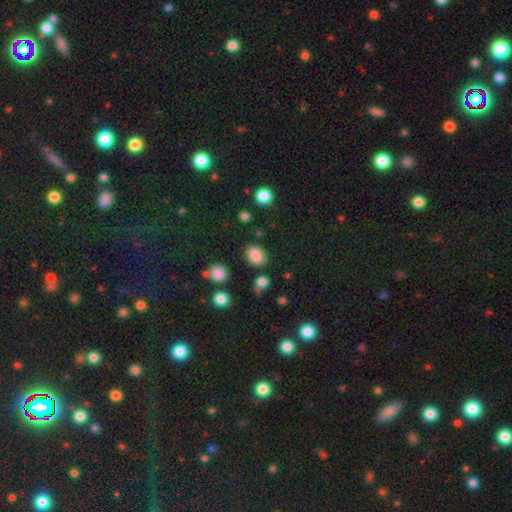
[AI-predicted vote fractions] This appears to be a smooth galaxy with no disk features (83%) that is in between round and cigar-shaped (61%). Merging: none (82%).